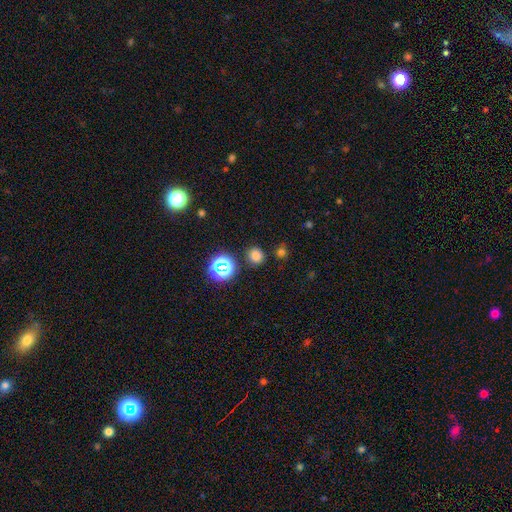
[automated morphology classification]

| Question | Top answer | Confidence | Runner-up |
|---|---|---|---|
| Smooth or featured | smooth | 74% | star or artifact (22%) |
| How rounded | round | 81% | in between (18%) |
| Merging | none | 83% | minor disturbance (9%) |